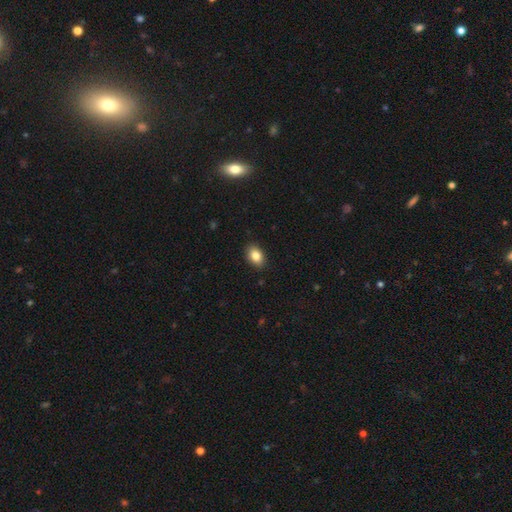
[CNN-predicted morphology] The model was most divided on "how rounded": in between: 82%, round: 17%, cigar-shaped: 1%. More confident: merging — none (89%); smooth or featured — smooth (85%).